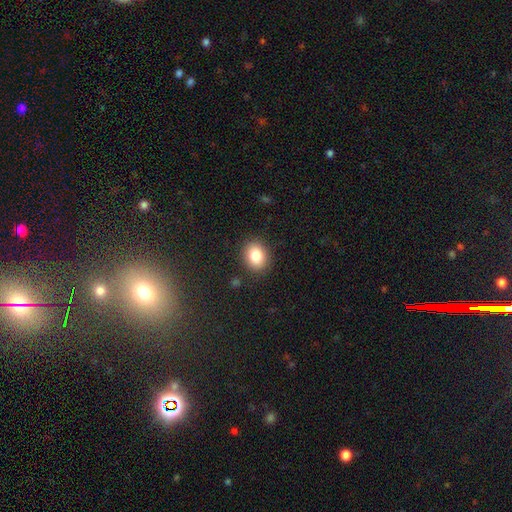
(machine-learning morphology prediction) smooth 82%, star or artifact 10%, featured or disk 8%. Down the decision tree: how rounded — round (57%); merging — none (88%).